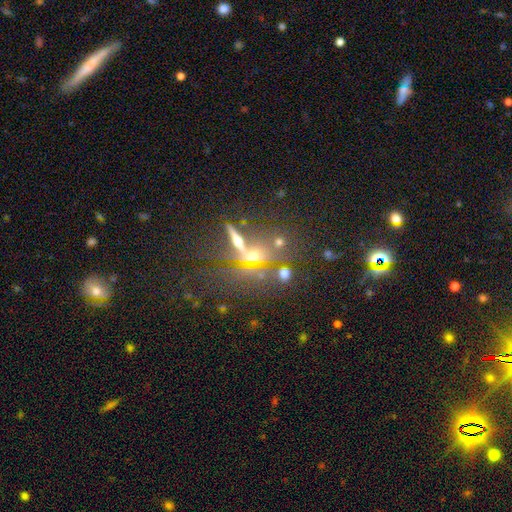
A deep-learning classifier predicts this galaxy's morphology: This is possibly a star or artifact rather than a galaxy (46%).